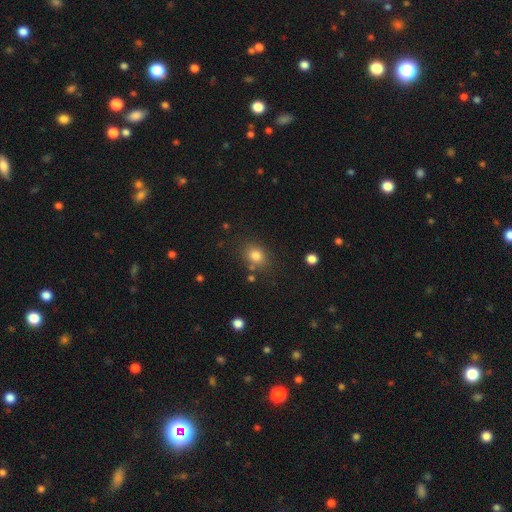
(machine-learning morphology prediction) Q: Smooth or featured?
A: smooth (81%); runner-up: star or artifact (12%)
Q: How rounded?
A: round (61%); runner-up: in between (38%)
Q: Merging?
A: none (78%); runner-up: minor disturbance (12%)